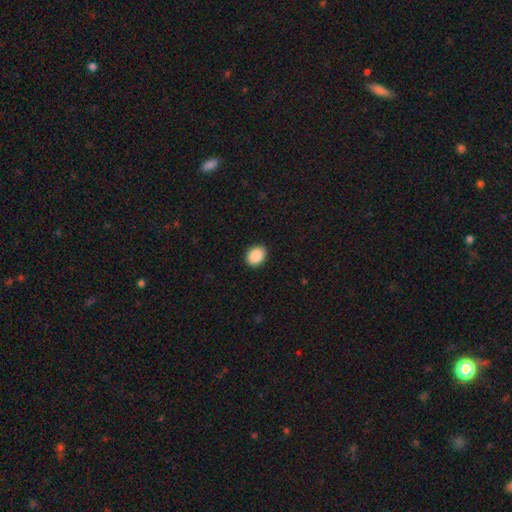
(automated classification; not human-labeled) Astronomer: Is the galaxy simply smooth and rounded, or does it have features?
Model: smooth — 90%.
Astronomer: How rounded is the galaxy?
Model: in between — 63%.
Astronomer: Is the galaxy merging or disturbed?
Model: none — 90%.